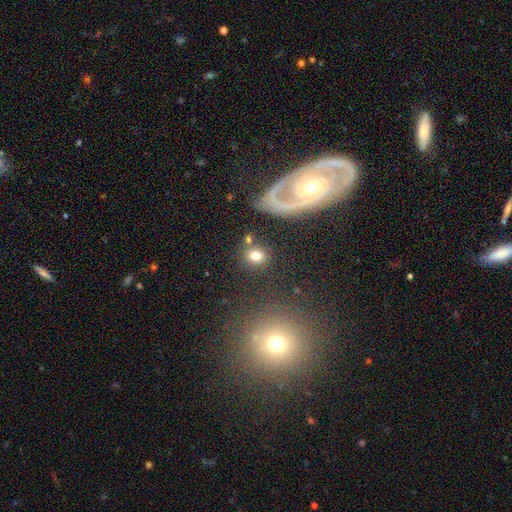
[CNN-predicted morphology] Smooth or featured? Predicted: smooth (p=0.76). How rounded? Predicted: round (p=0.69). Merging? Predicted: none (p=0.76).